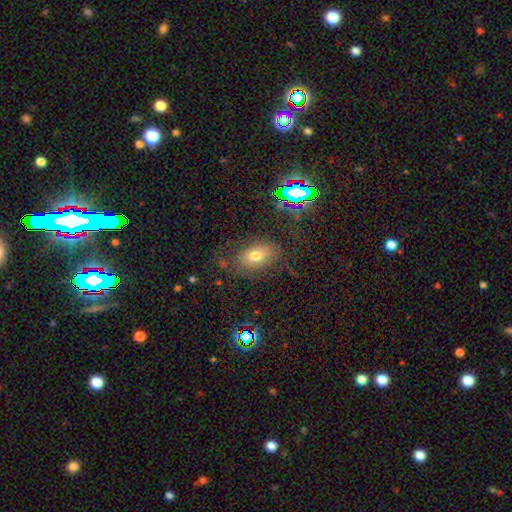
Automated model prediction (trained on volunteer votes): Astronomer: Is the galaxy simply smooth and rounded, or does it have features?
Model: smooth — 64%.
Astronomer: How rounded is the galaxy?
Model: in between — 84%.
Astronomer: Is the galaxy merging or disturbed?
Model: none — 71%.